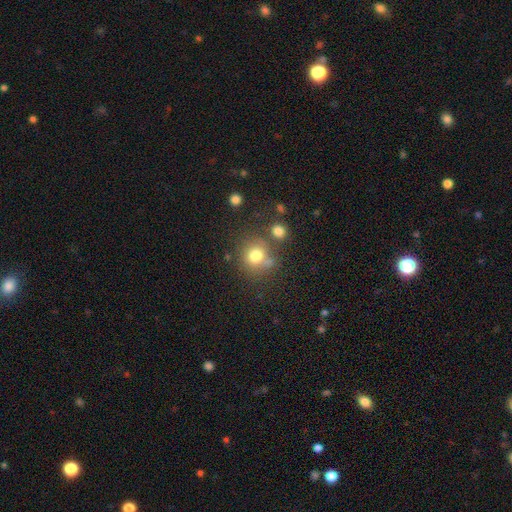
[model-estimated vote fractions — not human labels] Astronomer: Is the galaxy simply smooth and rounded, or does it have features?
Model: smooth — 77%.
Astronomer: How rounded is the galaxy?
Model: round — 86%.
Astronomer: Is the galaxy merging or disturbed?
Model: none — 64%.